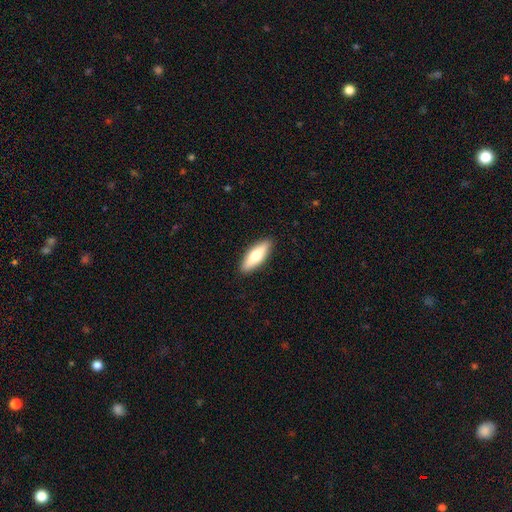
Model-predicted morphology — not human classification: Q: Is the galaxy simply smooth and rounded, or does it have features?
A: smooth — 69%.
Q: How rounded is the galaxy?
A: in between — 52%.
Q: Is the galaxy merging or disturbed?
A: none — 90%.